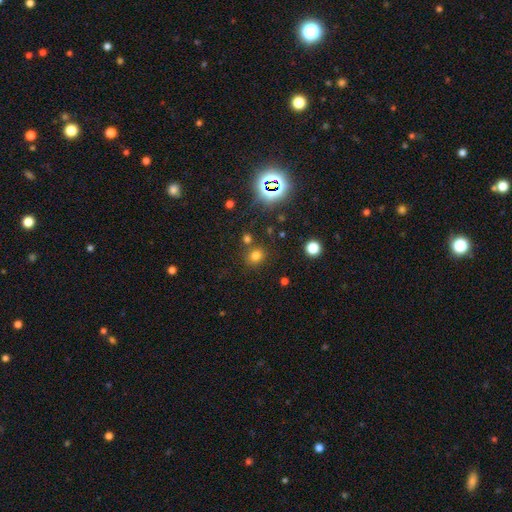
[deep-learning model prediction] This is likely a smooth galaxy (71%). How rounded: likely round (77%). Merging: likely none (76%).